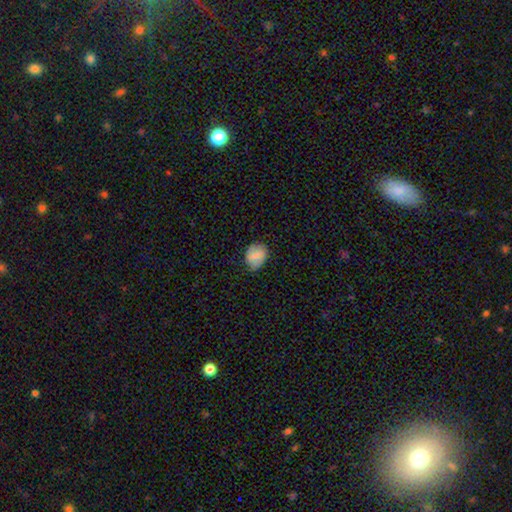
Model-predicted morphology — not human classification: smooth-or-featured: smooth: 58% | featured or disk: 35% | star or artifact: 8%
  how-rounded: round: 51% | in between: 48% | cigar-shaped: 1%
  merging: none: 74% | minor disturbance: 21% | major disturbance: 5% | merger: 1%